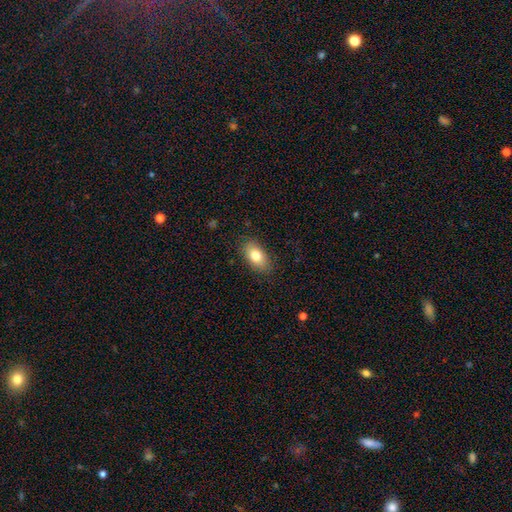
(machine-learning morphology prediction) A smooth galaxy with no disk features (79%) that is in between round and cigar-shaped (90%). Merging: none (85%).